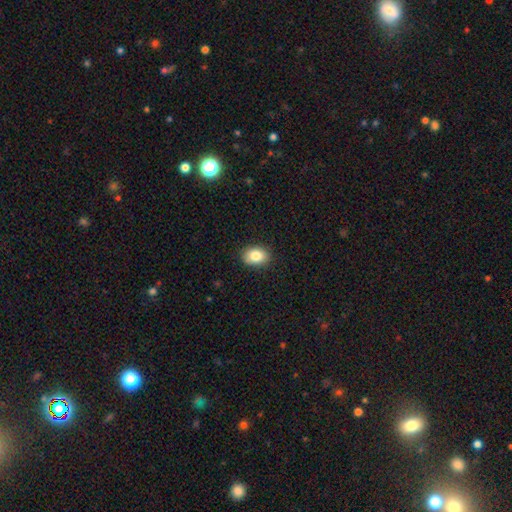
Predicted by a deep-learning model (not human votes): A smooth galaxy with no disk features (84%) that is in between round and cigar-shaped (72%).

Vote fractions:
- Smooth or featured? smooth: 84% / star or artifact: 8% / featured or disk: 7%
- How rounded? in between: 72% / round: 27% / cigar-shaped: 1%
- Merging? none: 87% / minor disturbance: 10% / major disturbance: 2% / merger: 1%